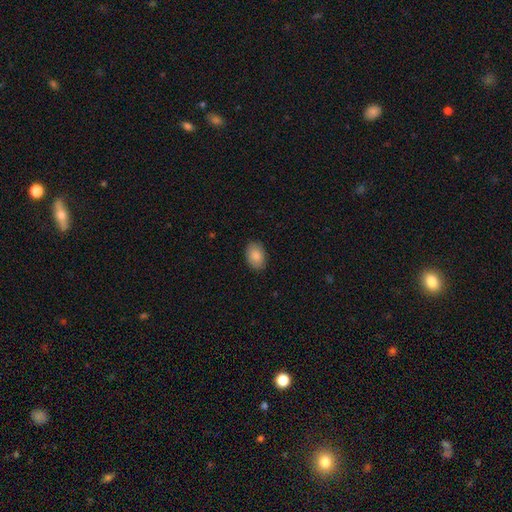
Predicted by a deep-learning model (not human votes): smooth 87%, star or artifact 7%, featured or disk 6%. Down the decision tree: how rounded — in between (84%); merging — none (87%).